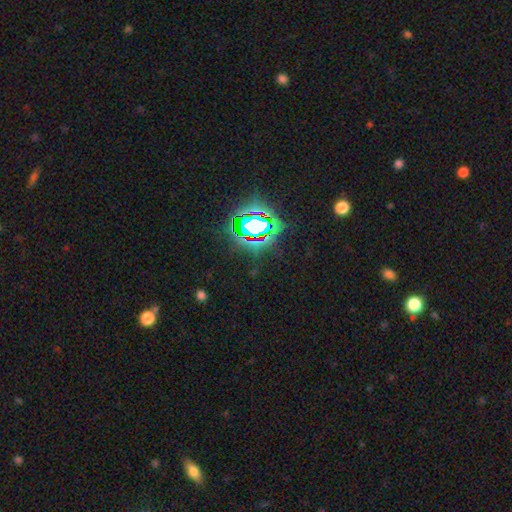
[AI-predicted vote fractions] Q: Smooth or featured?
A: star or artifact (78%); runner-up: smooth (14%)